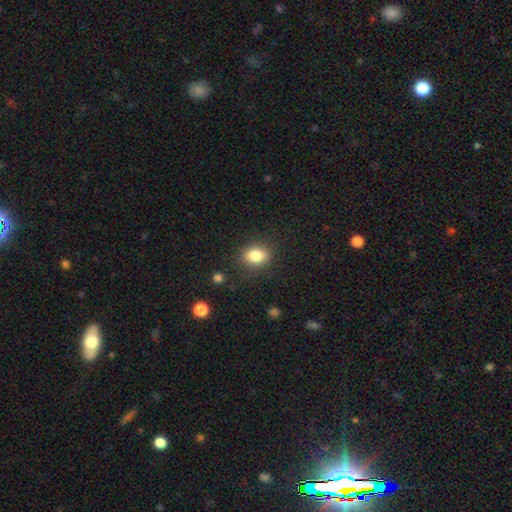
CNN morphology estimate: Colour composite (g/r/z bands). It shows a smooth galaxy with no disk features (83%) that is in between round and cigar-shaped (66%). Merging: none (85%).